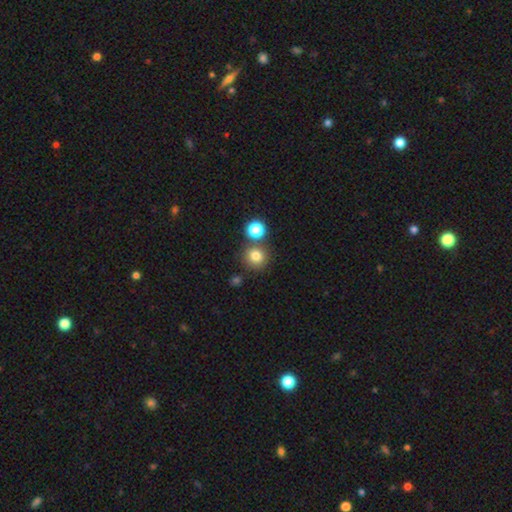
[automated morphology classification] A smooth galaxy with no disk features (78%) that is round (92%). Merging: none (74%).